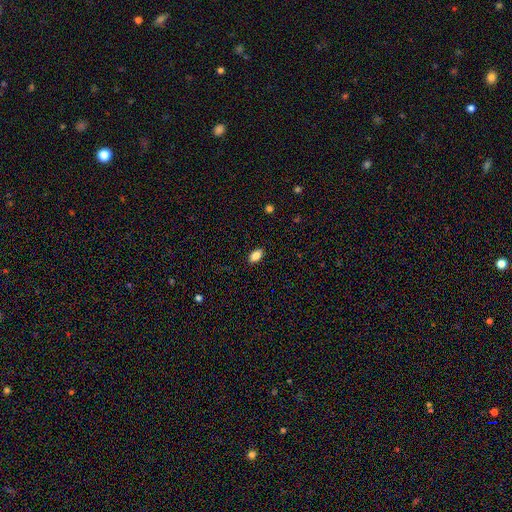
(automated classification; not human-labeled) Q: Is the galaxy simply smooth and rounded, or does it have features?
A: smooth — 86%.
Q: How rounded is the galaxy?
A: in between — 91%.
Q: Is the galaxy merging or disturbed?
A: none — 89%.